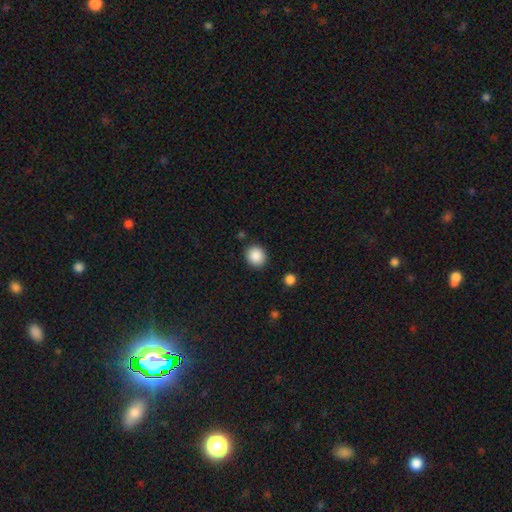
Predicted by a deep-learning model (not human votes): Smooth or featured: smooth — 88% (star or artifact — 8%)
How rounded: round — 83% (in between — 16%)
Merging: none — 88% (minor disturbance — 7%)